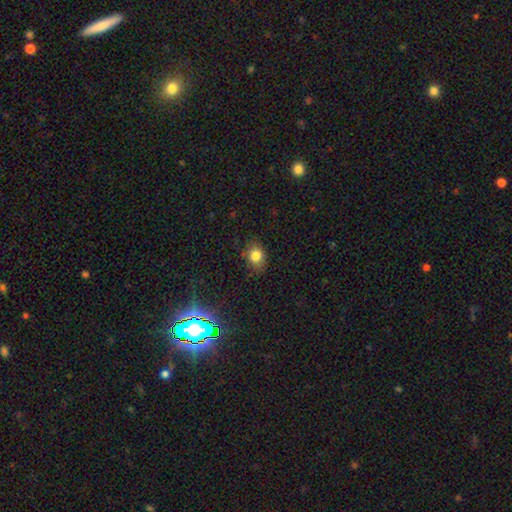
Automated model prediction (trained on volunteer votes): Q: Smooth or featured?
A: smooth (81%); runner-up: star or artifact (12%)
Q: How rounded?
A: in between (54%); runner-up: round (45%)
Q: Merging?
A: none (79%); runner-up: minor disturbance (16%)